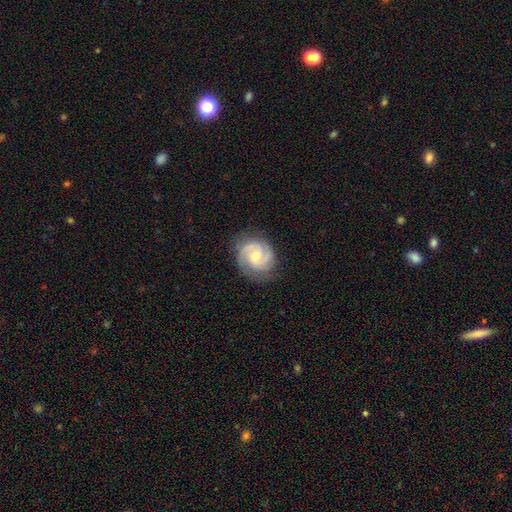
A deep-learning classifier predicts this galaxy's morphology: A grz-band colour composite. It shows a featured or disk galaxy (82%) with no bar (54%), 2 (52%) tight (49%) spiral arms (97%) and a moderate central bulge (61%). Merging: none (79%).